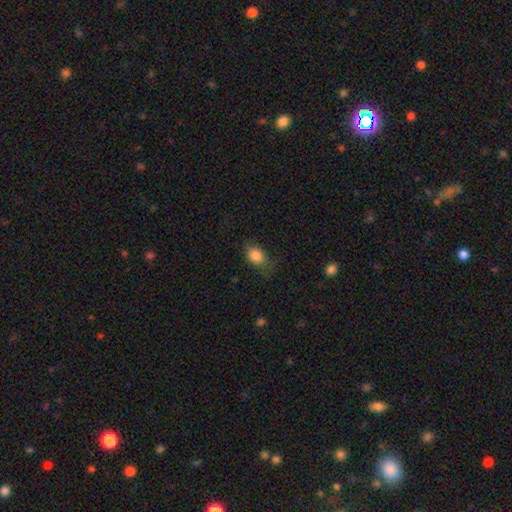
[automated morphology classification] A smooth galaxy with no disk features (84%) that is in between round and cigar-shaped (67%).

Vote fractions:
- Smooth or featured? smooth: 84% / star or artifact: 9% / featured or disk: 7%
- How rounded? in between: 67% / round: 32% / cigar-shaped: 2%
- Merging? none: 63% / minor disturbance: 25% / major disturbance: 10% / merger: 1%